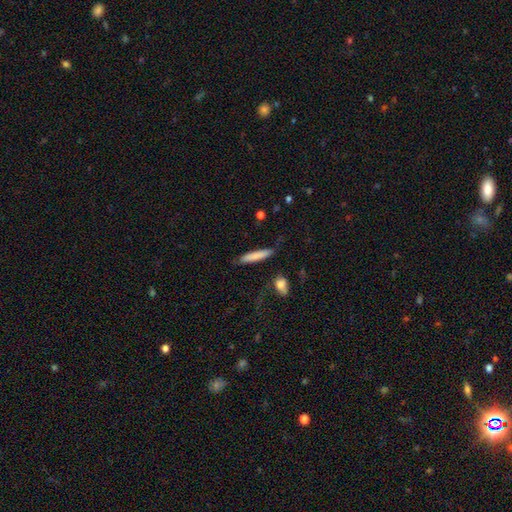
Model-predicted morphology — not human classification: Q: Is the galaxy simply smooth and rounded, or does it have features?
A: smooth — 79%.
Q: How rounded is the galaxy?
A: cigar-shaped — 88%.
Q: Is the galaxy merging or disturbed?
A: none — 77%.